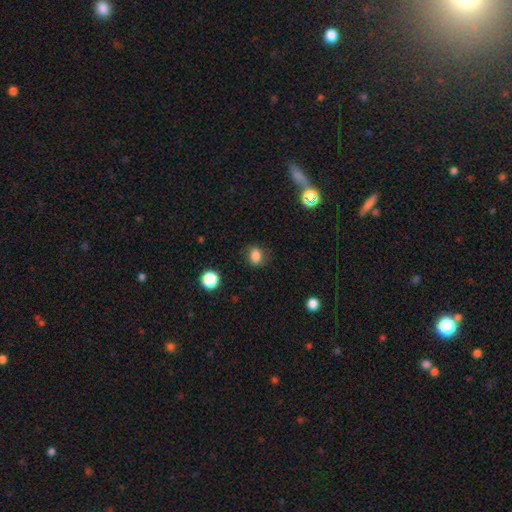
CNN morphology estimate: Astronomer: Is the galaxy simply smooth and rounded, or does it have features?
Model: smooth — 82%.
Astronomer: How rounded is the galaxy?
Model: in between — 50% (runner-up: round, 49%).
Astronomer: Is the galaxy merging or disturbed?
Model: none — 76%.